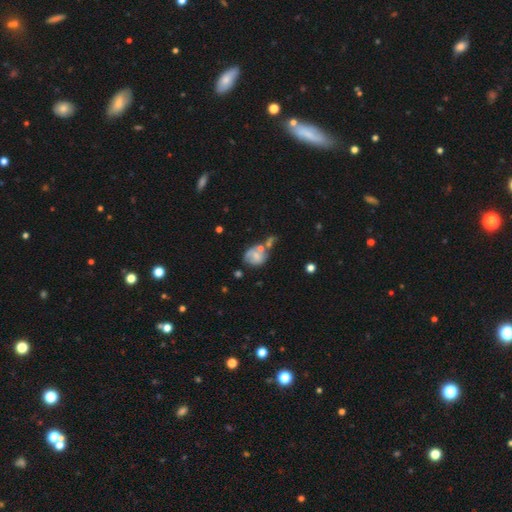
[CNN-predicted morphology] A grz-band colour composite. It shows a smooth galaxy with no disk features (49%). Merging: none (30%, tied with merger).